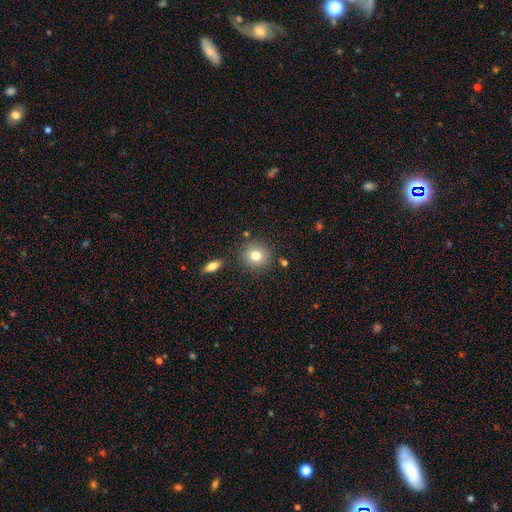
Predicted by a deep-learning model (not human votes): A smooth galaxy with no disk features (78%) that is round (89%).

Vote fractions:
- Smooth or featured? smooth: 78% / star or artifact: 11% / featured or disk: 11%
- How rounded? round: 89% / in between: 10% / cigar-shaped: 1%
- Merging? none: 84% / minor disturbance: 9% / merger: 4% / major disturbance: 3%